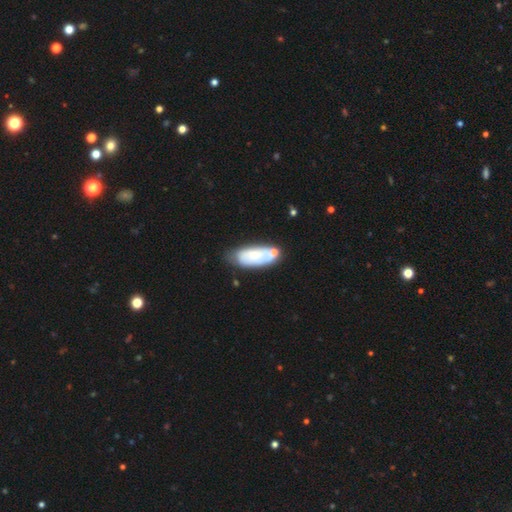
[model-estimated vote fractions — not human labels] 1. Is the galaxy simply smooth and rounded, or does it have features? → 65% smooth, 28% featured or disk, 7% star or artifact.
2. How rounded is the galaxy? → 80% in between, 18% cigar-shaped, 2% round.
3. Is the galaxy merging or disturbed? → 53% none, 26% minor disturbance, 13% merger, 8% major disturbance.